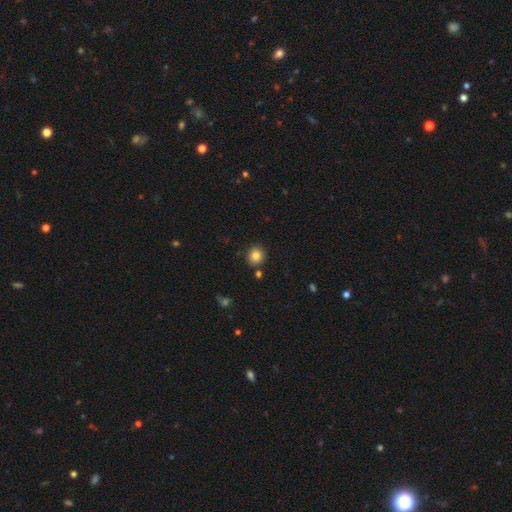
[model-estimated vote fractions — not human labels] smooth-or-featured: smooth: 84% | star or artifact: 10% | featured or disk: 6%
  how-rounded: round: 84% | in between: 15% | cigar-shaped: 1%
  merging: none: 86% | minor disturbance: 8% | merger: 5% | major disturbance: 2%